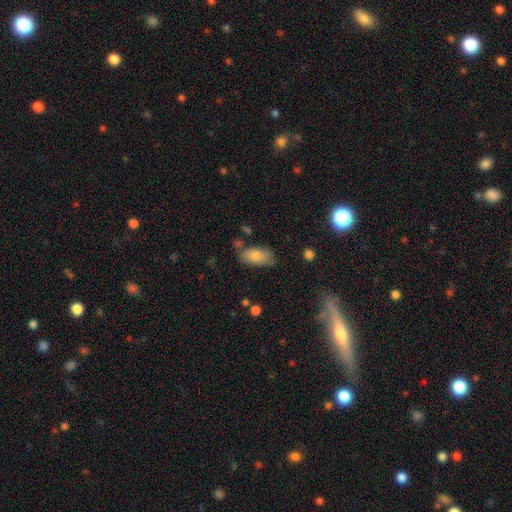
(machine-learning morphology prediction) smooth-or-featured: smooth: 80% | featured or disk: 13% | star or artifact: 7%
  how-rounded: in between: 91% | cigar-shaped: 5% | round: 4%
  merging: none: 67% | minor disturbance: 22% | merger: 6% | major disturbance: 5%